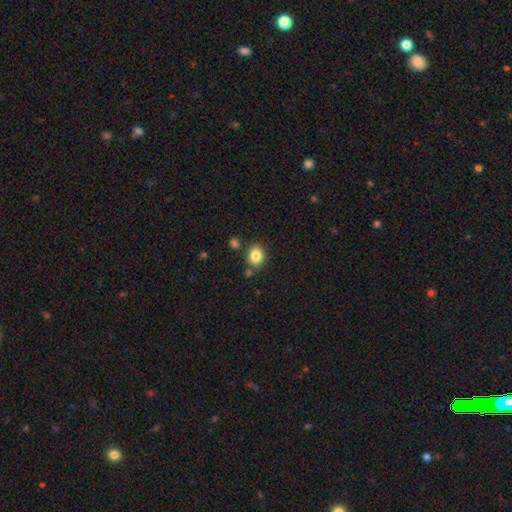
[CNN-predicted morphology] type=smooth (84%); roundness=round (58%); merging=none (78%).